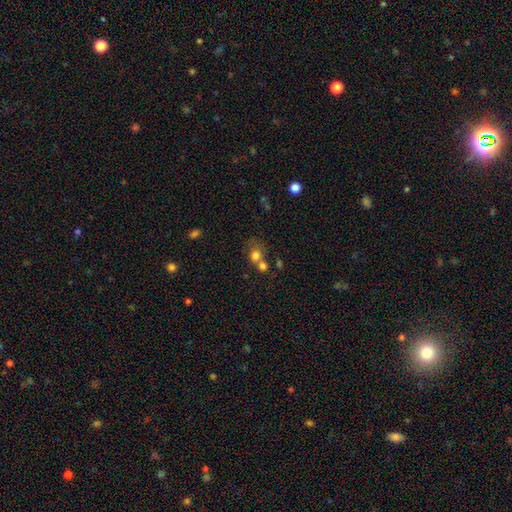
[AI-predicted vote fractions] The model was most divided on "merging": merger: 48%, none: 36%, minor disturbance: 10%, major disturbance: 7%. More confident: smooth or featured — smooth (75%); how rounded — round (72%).